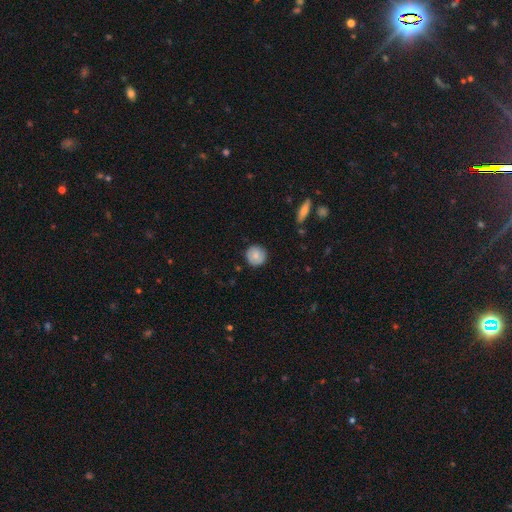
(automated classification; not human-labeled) smooth 78%, featured or disk 15%, star or artifact 7%. Down the decision tree: how rounded — round (93%); merging — none (88%).